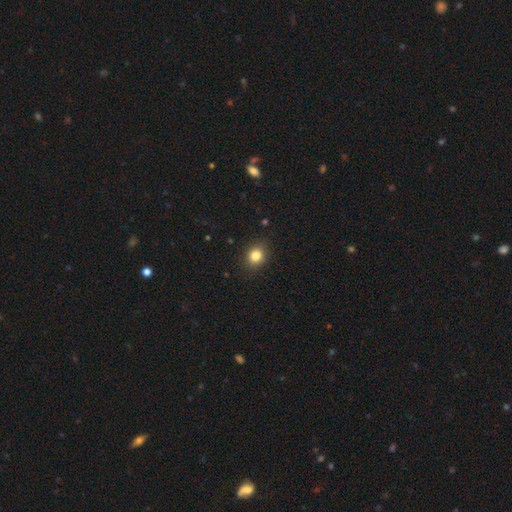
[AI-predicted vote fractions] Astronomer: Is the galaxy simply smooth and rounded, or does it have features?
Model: smooth — 83%.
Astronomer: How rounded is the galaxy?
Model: round — 71%.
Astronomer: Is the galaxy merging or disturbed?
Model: none — 88%.